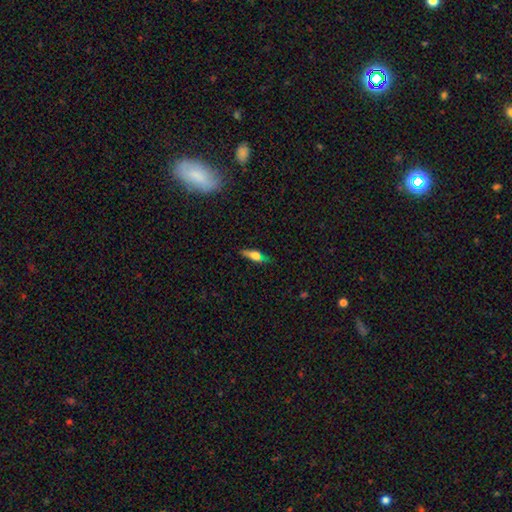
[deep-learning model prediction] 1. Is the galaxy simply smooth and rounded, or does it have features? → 61% smooth, 30% featured or disk, 9% star or artifact.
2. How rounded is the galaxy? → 53% in between, 42% cigar-shaped, 5% round.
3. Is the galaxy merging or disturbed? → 60% none, 27% minor disturbance, 10% major disturbance, 3% merger.